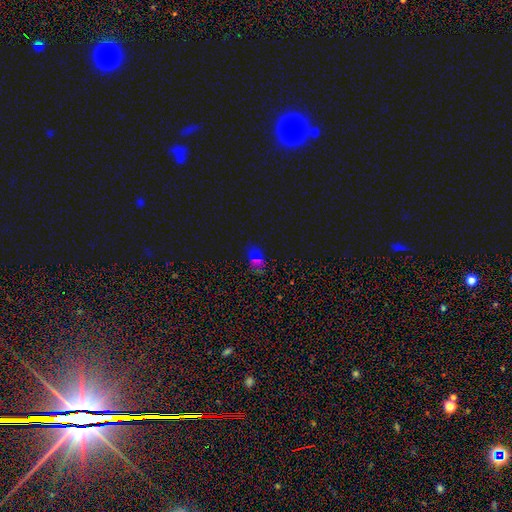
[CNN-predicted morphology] The model was most divided on "smooth or featured": smooth: 51%, star or artifact: 41%, featured or disk: 8%. More confident: how rounded — in between (85%); merging — none (80%).